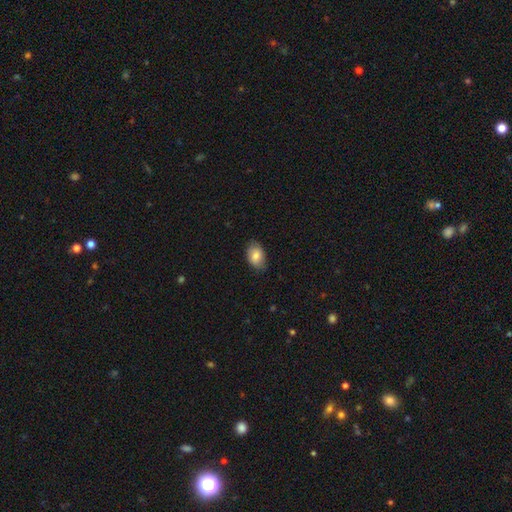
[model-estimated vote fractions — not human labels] Morphology: type=smooth (81%); roundness=in between (85%); merging=none (78%).